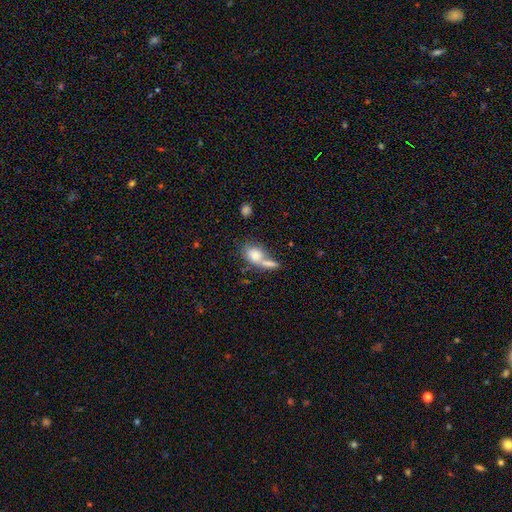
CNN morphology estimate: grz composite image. It shows a smooth galaxy with no disk features (77%) that is in between round and cigar-shaped (70%). Merging: merger (49%).